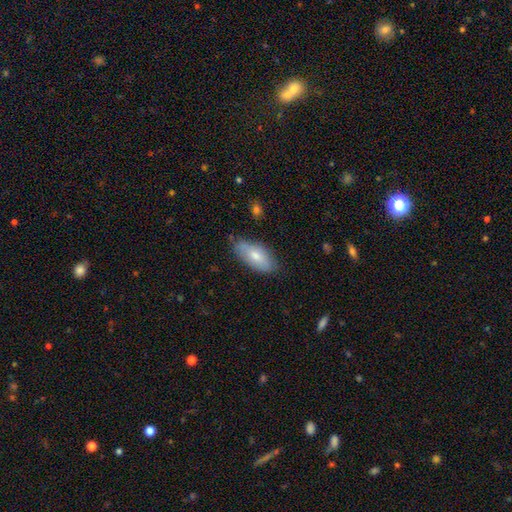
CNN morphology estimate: type=smooth (74%); roundness=in between (89%); merging=none (76%).